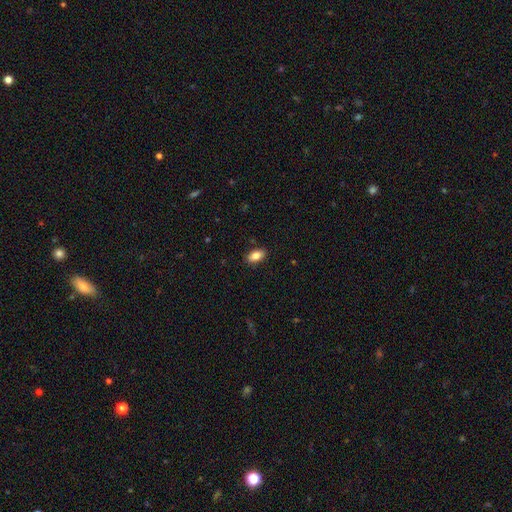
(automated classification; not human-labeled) Morphology: type=smooth (85%); roundness=in between (91%); merging=none (89%).